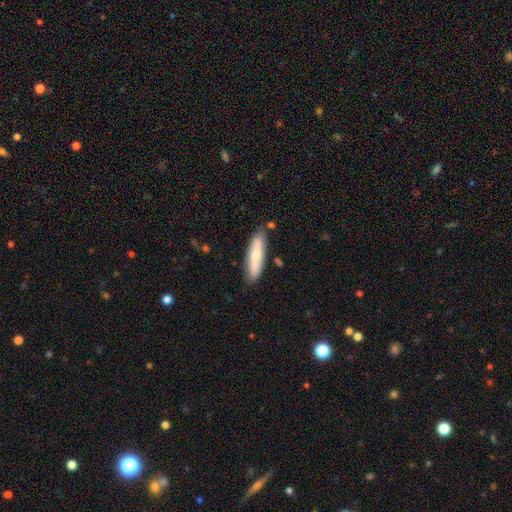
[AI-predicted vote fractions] Smooth or featured? smooth (61%)
How rounded? cigar-shaped (64%)
Merging? none (80%)